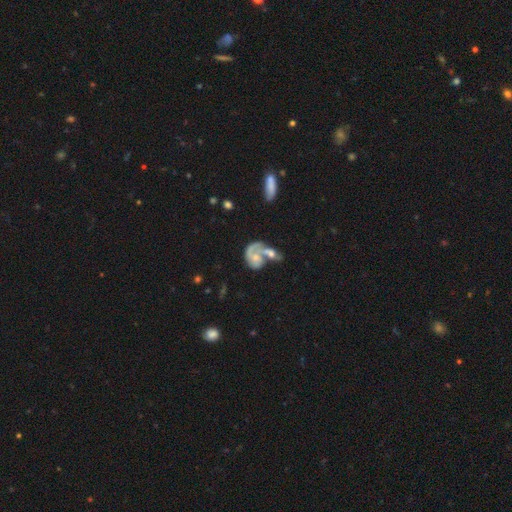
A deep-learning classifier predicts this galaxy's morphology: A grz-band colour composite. It shows a featured or disk galaxy (66%) with no bar (76%), spiral arms (71%) and a small central bulge (45%). Merging: merger (63%).